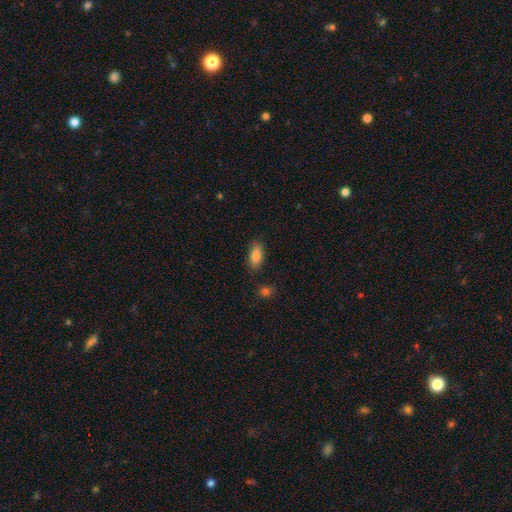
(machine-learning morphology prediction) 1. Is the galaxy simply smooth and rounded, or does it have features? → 84% smooth, 8% featured or disk, 7% star or artifact.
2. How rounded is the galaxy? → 86% in between, 11% cigar-shaped, 3% round.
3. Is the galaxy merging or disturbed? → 81% none, 14% minor disturbance, 3% major disturbance, 3% merger.